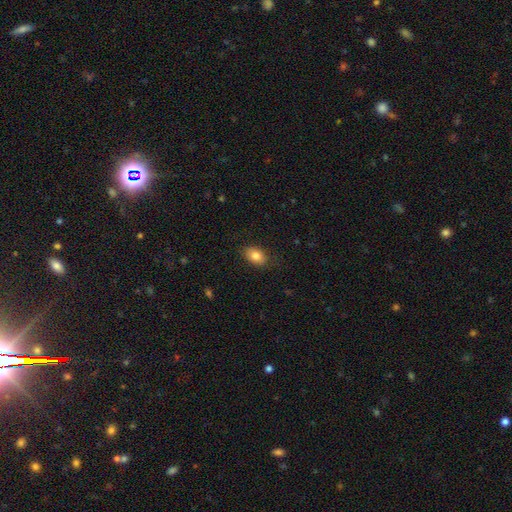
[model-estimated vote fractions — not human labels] Smooth or featured?
  - smooth: 83% *
  - featured or disk: 8%
  - star or artifact: 8%
How rounded?
  - in between: 85% *
  - round: 13%
  - cigar-shaped: 1%
Merging?
  - none: 84% *
  - minor disturbance: 12%
  - major disturbance: 3%
  - merger: 1%